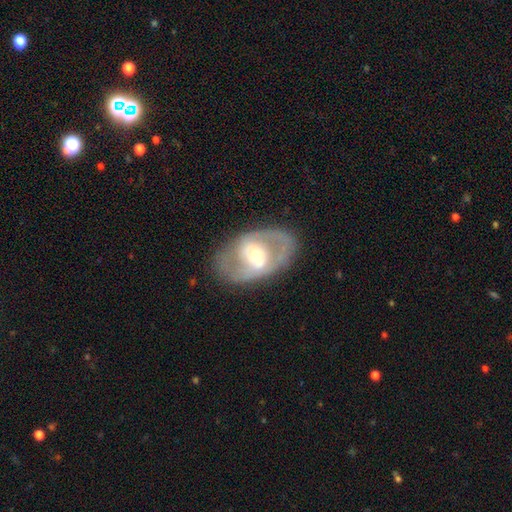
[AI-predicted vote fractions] featured or disk 74%, smooth 21%, star or artifact 6%. Down the decision tree: edge-on disk — no (93%); bar — no (39%); spiral arms — yes (55%); bulge size — moderate (62%); merging — none (79%).